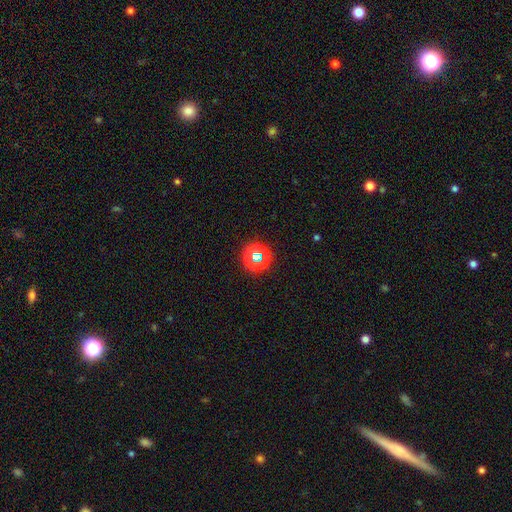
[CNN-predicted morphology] A star or artifact, not a galaxy (66%).